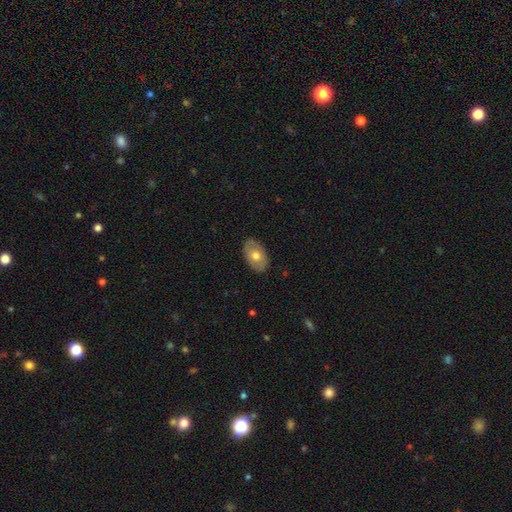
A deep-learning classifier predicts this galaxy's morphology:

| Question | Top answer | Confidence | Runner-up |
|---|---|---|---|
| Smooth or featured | smooth | 58% | featured or disk (36%) |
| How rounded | in between | 90% | round (9%) |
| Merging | none | 85% | minor disturbance (12%) |